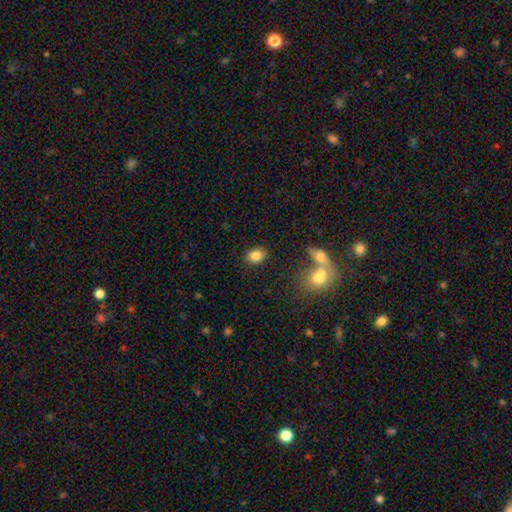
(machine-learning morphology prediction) Smooth or featured? smooth (85%)
How rounded? in between (65%)
Merging? none (82%)